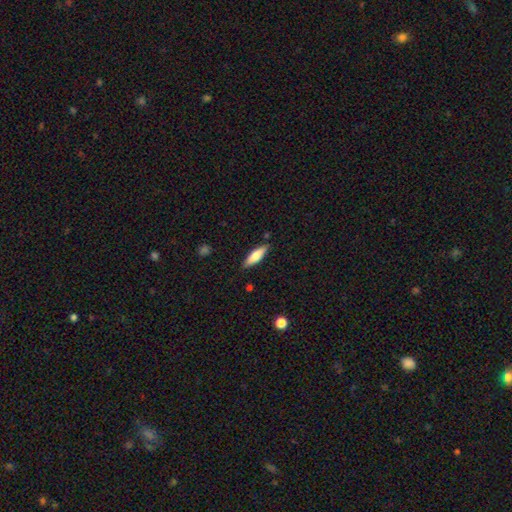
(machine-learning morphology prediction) Smooth or featured: smooth — 67% (featured or disk — 27%)
How rounded: cigar-shaped — 59% (in between — 39%)
Merging: none — 86% (minor disturbance — 11%)